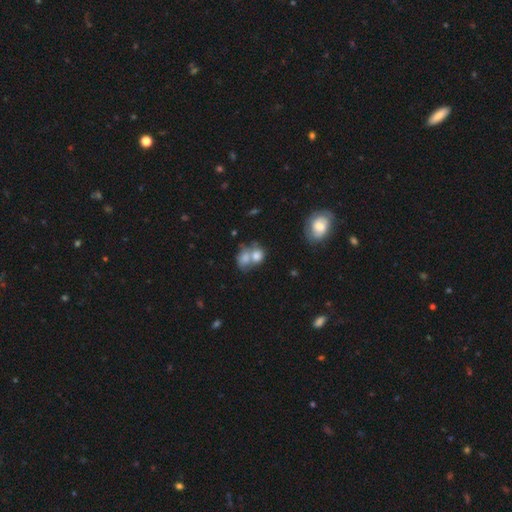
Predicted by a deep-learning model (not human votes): Smooth or featured? smooth (73%)
How rounded? round (54%)
Merging? merger (61%)